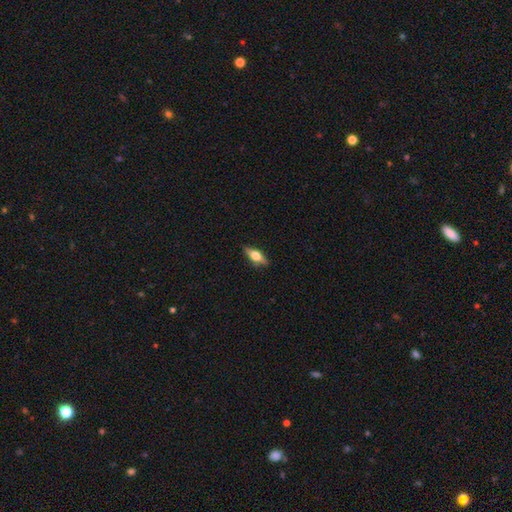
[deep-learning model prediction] This appears to be a featured or disk galaxy (58%) viewed edge-on (94%) with a rounded central bulge (93%). Merging: none (87%).